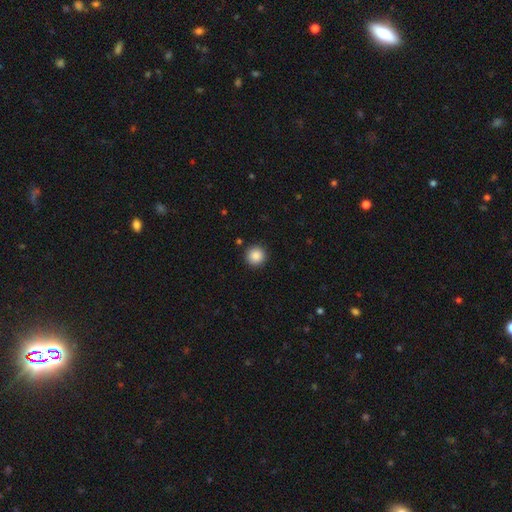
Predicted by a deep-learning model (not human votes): smooth-or-featured: smooth: 88% | star or artifact: 9% | featured or disk: 3%
  how-rounded: round: 96% | in between: 3% | cigar-shaped: 1%
  merging: none: 92% | minor disturbance: 5% | major disturbance: 2% | merger: 1%